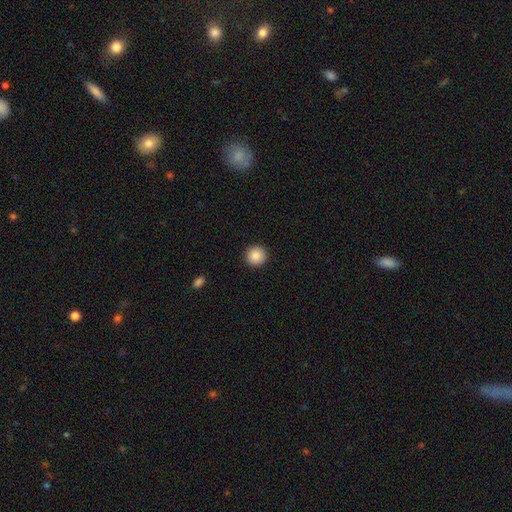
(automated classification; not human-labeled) A smooth galaxy with no disk features (87%) that is round (95%).

Vote fractions:
- Smooth or featured? smooth: 87% / star or artifact: 9% / featured or disk: 4%
- How rounded? round: 95% / in between: 4% / cigar-shaped: 1%
- Merging? none: 93% / minor disturbance: 5% / major disturbance: 2% / merger: 1%